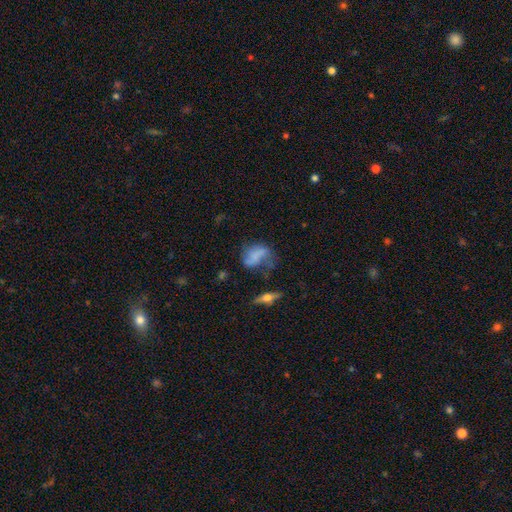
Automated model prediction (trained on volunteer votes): smooth 48%, featured or disk 40%, star or artifact 12%. Down the decision tree: merging — none (38%).